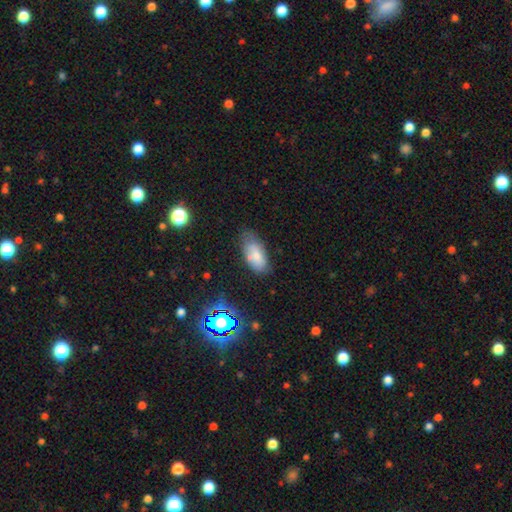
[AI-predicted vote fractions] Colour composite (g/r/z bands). It shows a smooth galaxy with no disk features (74%) that is in between round and cigar-shaped (91%). Merging: none (57%).